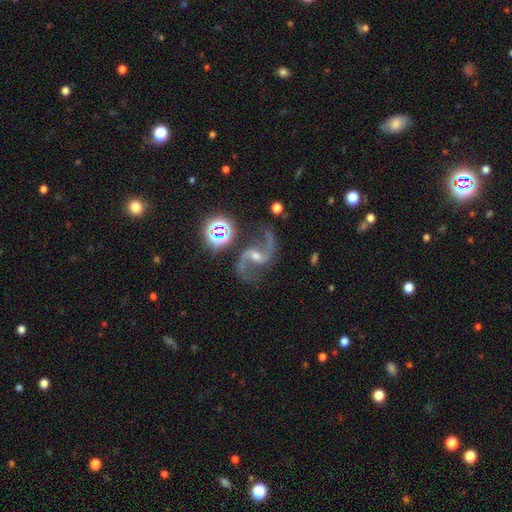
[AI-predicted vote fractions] A featured or disk galaxy (89%) with a weak bar (45%), 2 (94%) loose (69%) spiral arms (98%) and a moderate central bulge (51%).

Vote fractions:
- Smooth or featured? featured or disk: 89% / star or artifact: 8% / smooth: 3%
- Edge-on disk? no: 98% / yes: 2%
- Bar? weak: 45% / no: 31% / strong: 24%
- Spiral arms? yes: 98% / no: 2%
- Spiral winding? loose: 69% / medium: 27% / tight: 4%
- Spiral arm count? 2: 94% / 1: 1% / can't tell: 1% / 3: 1% / 4: 1% / more than 4: 1%
- Bulge size? moderate: 51% / small: 40% / none: 4% / large: 4% / dominant: 1%
- Merging? none: 75% / minor disturbance: 14% / major disturbance: 8% / merger: 4%